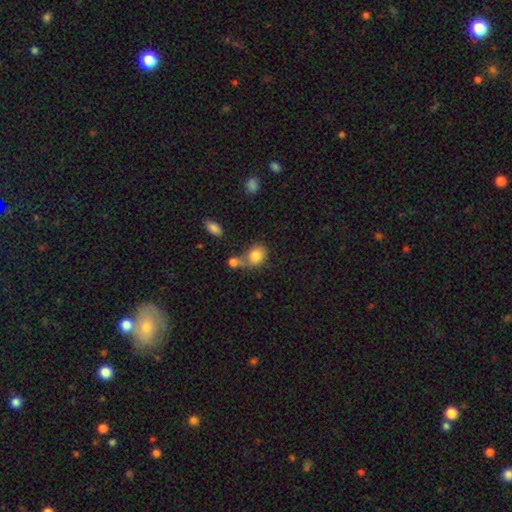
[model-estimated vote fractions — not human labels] A smooth galaxy with no disk features (83%) that is in between round and cigar-shaped (50%).

Vote fractions:
- Smooth or featured? smooth: 83% / star or artifact: 9% / featured or disk: 8%
- How rounded? in between: 50% / round: 49% / cigar-shaped: 1%
- Merging? none: 44% / merger: 34% / minor disturbance: 15% / major disturbance: 7%